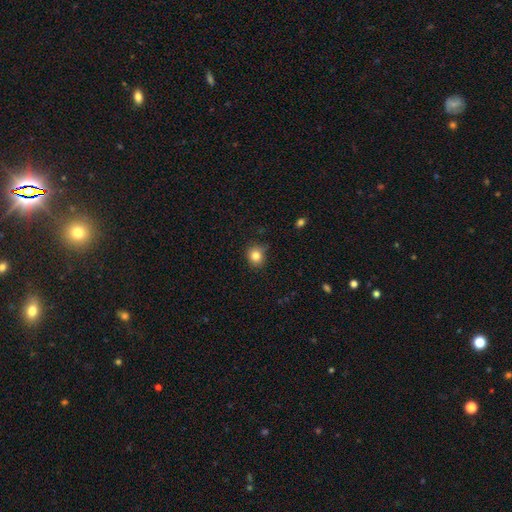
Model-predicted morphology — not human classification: Smooth or featured?
  - smooth: 84% *
  - star or artifact: 11%
  - featured or disk: 5%
How rounded?
  - round: 82% *
  - in between: 17%
  - cigar-shaped: 1%
Merging?
  - none: 80% *
  - minor disturbance: 16%
  - major disturbance: 3%
  - merger: 1%